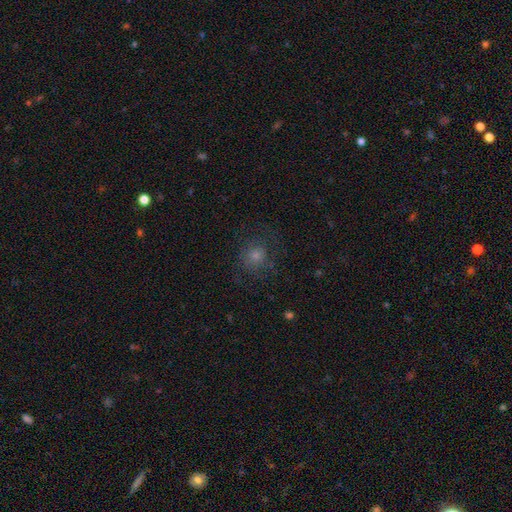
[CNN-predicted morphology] This is likely a smooth galaxy (67%). How rounded: clearly round (84%). Merging: likely none (69%).